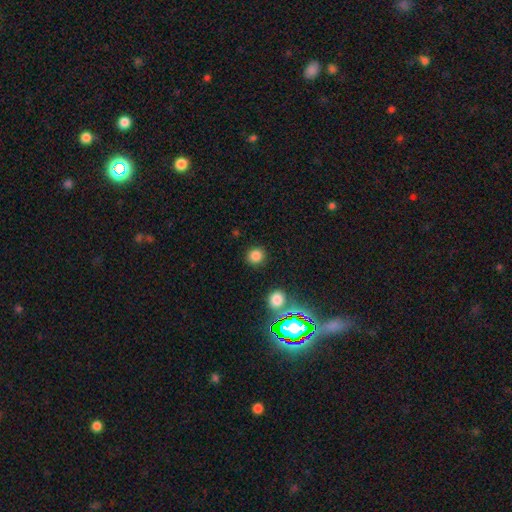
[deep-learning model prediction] Q: Smooth or featured?
A: smooth (80%); runner-up: star or artifact (15%)
Q: How rounded?
A: round (89%); runner-up: in between (10%)
Q: Merging?
A: none (89%); runner-up: minor disturbance (6%)